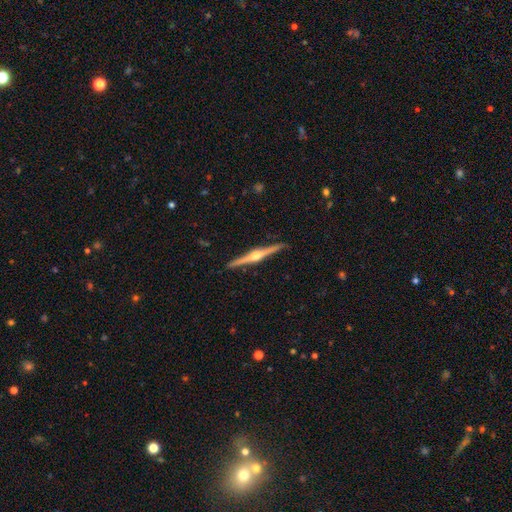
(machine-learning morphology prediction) smooth_or_featured: featured or disk (p=0.85) [alt: smooth p=0.10]
disk_edge_on: yes (p=0.99) [alt: no p=0.01]
edge_on_bulge: rounded (p=0.93) [alt: boxy p=0.04]
merging: none (p=0.92) [alt: minor disturbance p=0.06]